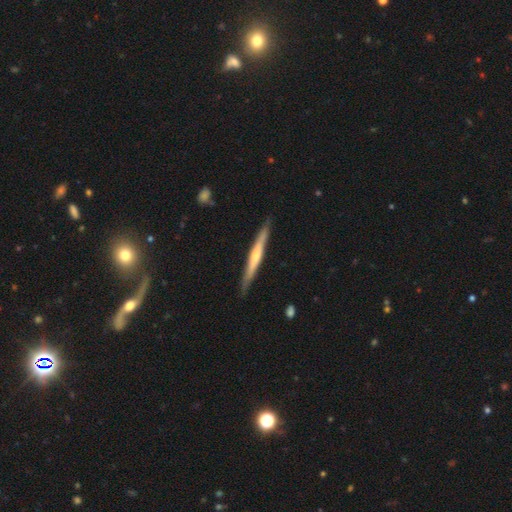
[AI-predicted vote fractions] featured or disk 62%, smooth 33%, star or artifact 5%. Down the decision tree: edge-on disk — yes (96%); edge-on bulge — rounded (64%); merging — none (87%).